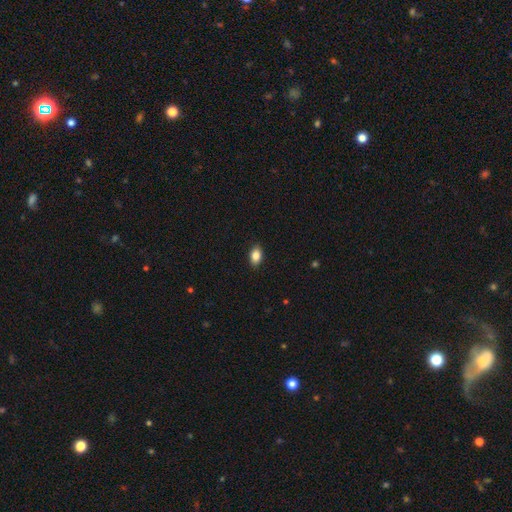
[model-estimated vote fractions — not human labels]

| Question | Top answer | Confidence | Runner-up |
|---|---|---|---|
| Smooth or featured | smooth | 86% | star or artifact (8%) |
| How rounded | in between | 87% | round (11%) |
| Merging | none | 89% | minor disturbance (8%) |